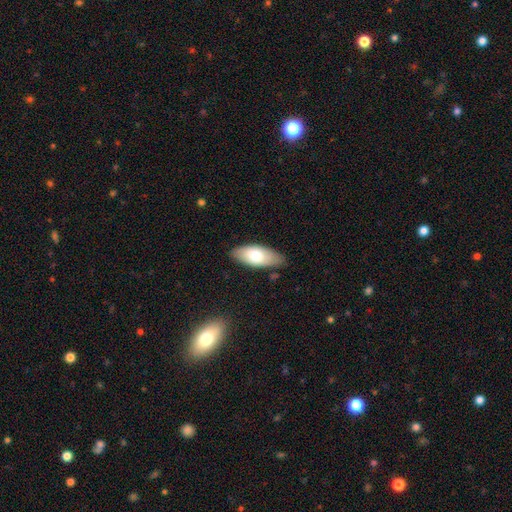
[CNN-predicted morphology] Smooth or featured: smooth — 74% (featured or disk — 20%)
How rounded: in between — 87% (cigar-shaped — 12%)
Merging: none — 79% (minor disturbance — 16%)